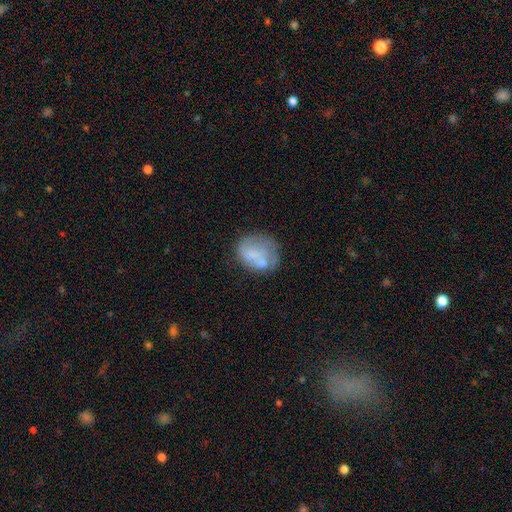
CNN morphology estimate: Smooth or featured?
  - smooth: 56% *
  - featured or disk: 35%
  - star or artifact: 9%
How rounded?
  - round: 59% *
  - in between: 39%
  - cigar-shaped: 1%
Merging?
  - none: 46% *
  - minor disturbance: 25%
  - major disturbance: 16%
  - merger: 13%